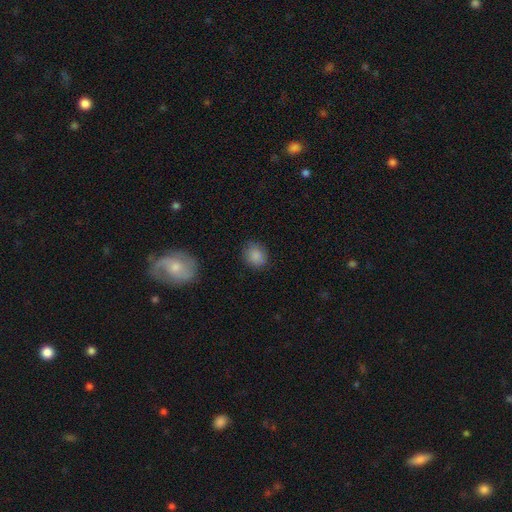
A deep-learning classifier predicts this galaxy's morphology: Smooth or featured?
  - smooth: 85% *
  - star or artifact: 9%
  - featured or disk: 5%
How rounded?
  - round: 71% *
  - in between: 28%
  - cigar-shaped: 1%
Merging?
  - none: 80% *
  - minor disturbance: 15%
  - major disturbance: 4%
  - merger: 1%